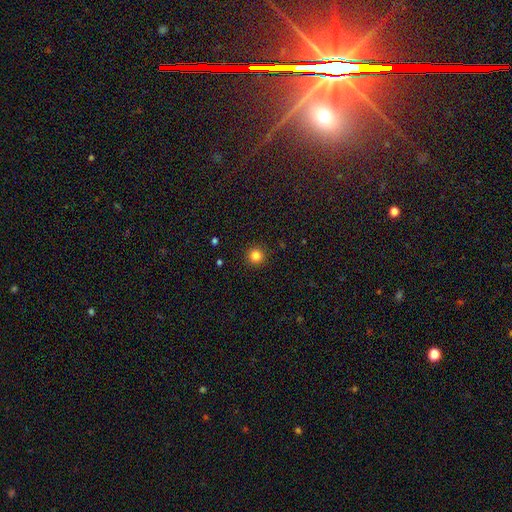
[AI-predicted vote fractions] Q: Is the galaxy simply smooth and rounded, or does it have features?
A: smooth — 83%.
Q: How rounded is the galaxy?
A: round — 95%.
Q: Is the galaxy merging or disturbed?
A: none — 92%.